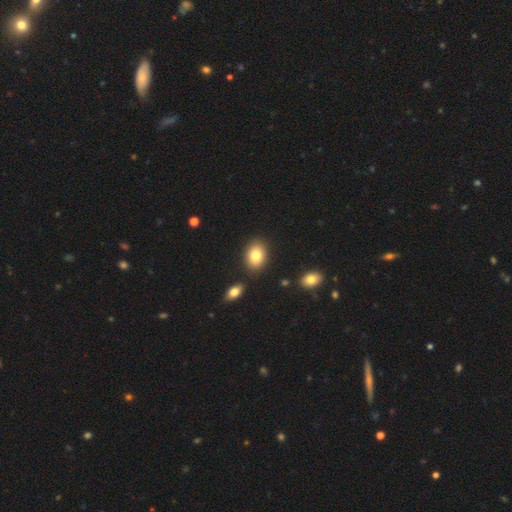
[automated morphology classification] Smooth or featured: smooth — 81% (featured or disk — 10%)
How rounded: in between — 73% (round — 26%)
Merging: none — 83% (minor disturbance — 9%)